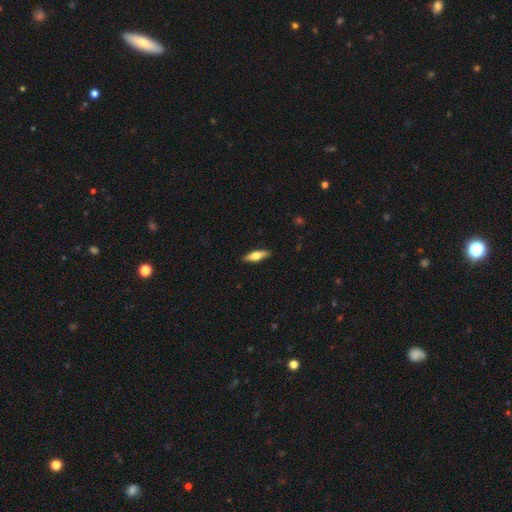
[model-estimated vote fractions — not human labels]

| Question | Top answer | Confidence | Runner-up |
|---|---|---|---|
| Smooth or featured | smooth | 56% | featured or disk (38%) |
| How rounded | cigar-shaped | 52% | in between (46%) |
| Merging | none | 89% | minor disturbance (9%) |